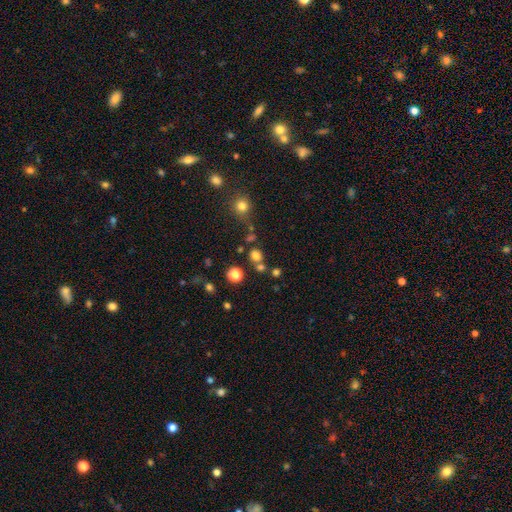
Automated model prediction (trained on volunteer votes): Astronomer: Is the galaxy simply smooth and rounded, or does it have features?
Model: smooth — 73%.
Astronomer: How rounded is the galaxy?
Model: round — 79%.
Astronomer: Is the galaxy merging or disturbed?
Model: none — 65%.